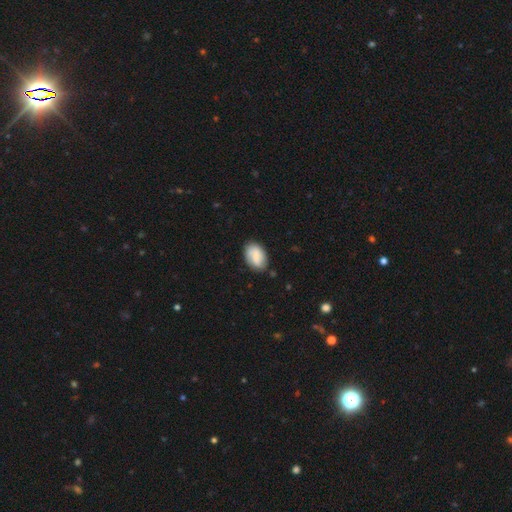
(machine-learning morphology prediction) A smooth galaxy with no disk features (64%) that is in between round and cigar-shaped (86%). Merging: none (76%).